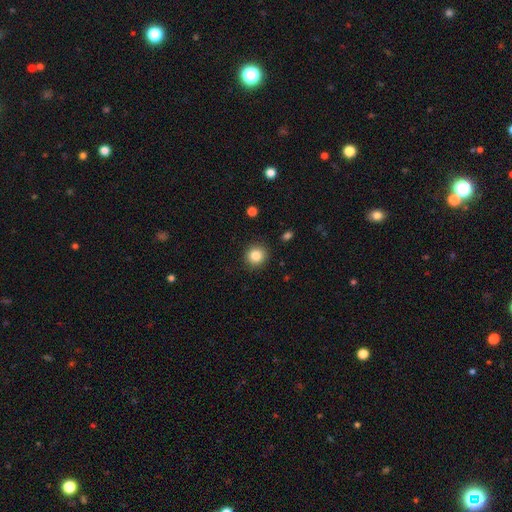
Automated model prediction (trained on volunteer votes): The model was most divided on "smooth or featured": smooth: 85%, star or artifact: 10%, featured or disk: 5%. More confident: how rounded — round (91%); merging — none (90%).